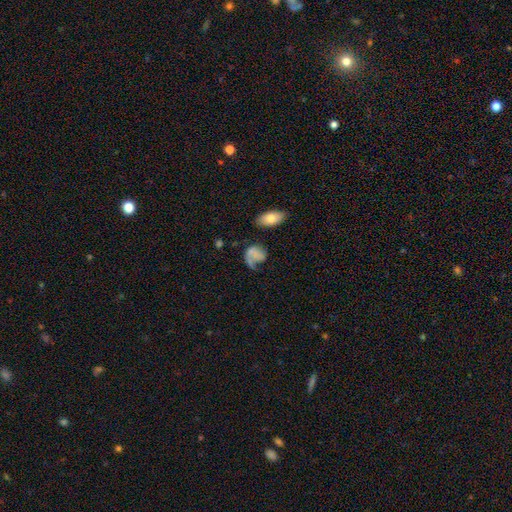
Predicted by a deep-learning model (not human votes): Smooth or featured: smooth — 51% (featured or disk — 40%)
How rounded: in between — 53% (round — 45%)
Merging: major disturbance — 40% (none — 33%)